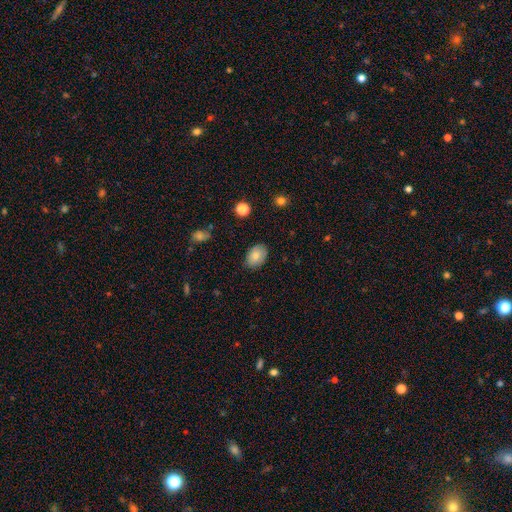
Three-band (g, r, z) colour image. It shows a smooth galaxy with no disk features (81%) that is in between round and cigar-shaped (77%). Merging: none (69%).